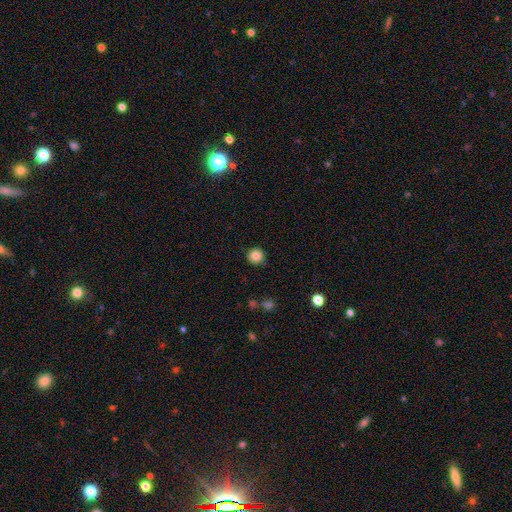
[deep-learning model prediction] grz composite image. It shows a smooth galaxy with no disk features (85%) that is round (95%). Merging: none (91%).